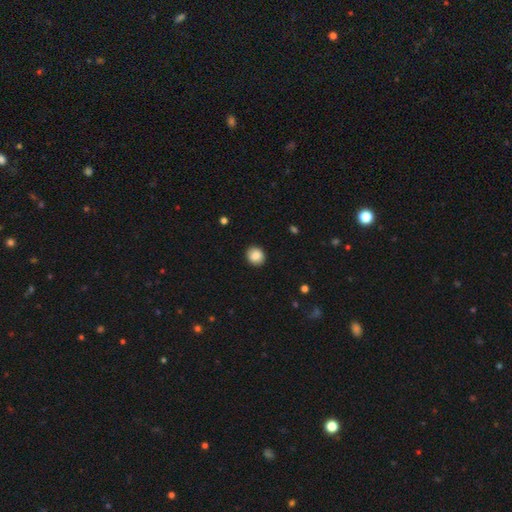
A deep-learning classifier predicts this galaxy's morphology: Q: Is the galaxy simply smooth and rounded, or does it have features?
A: smooth — 87%.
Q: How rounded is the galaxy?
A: round — 81%.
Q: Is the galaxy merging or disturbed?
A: none — 90%.